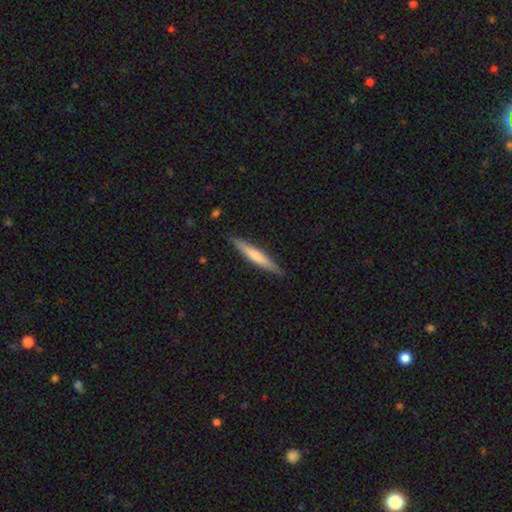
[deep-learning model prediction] Q: Smooth or featured?
A: smooth (55%); runner-up: featured or disk (40%)
Q: How rounded?
A: cigar-shaped (94%); runner-up: in between (5%)
Q: Merging?
A: none (88%); runner-up: minor disturbance (9%)